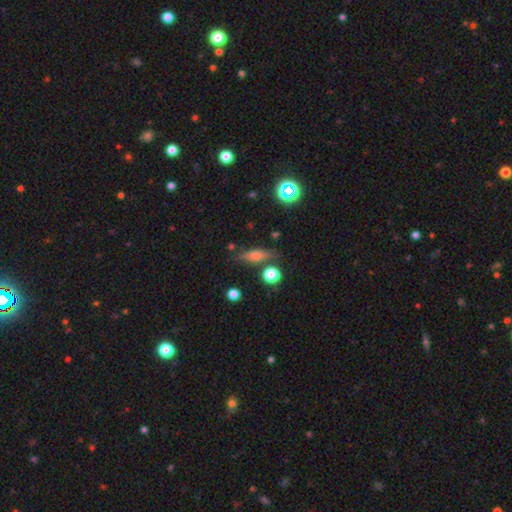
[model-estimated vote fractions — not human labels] Smooth or featured? smooth (57%)
How rounded? cigar-shaped (48%)
Merging? none (74%)